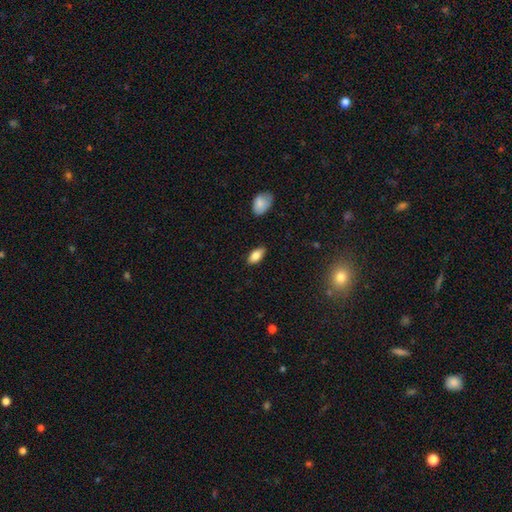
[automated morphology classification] The model was most divided on "smooth or featured": smooth: 79%, featured or disk: 14%, star or artifact: 7%. More confident: how rounded — in between (88%); merging — none (86%).